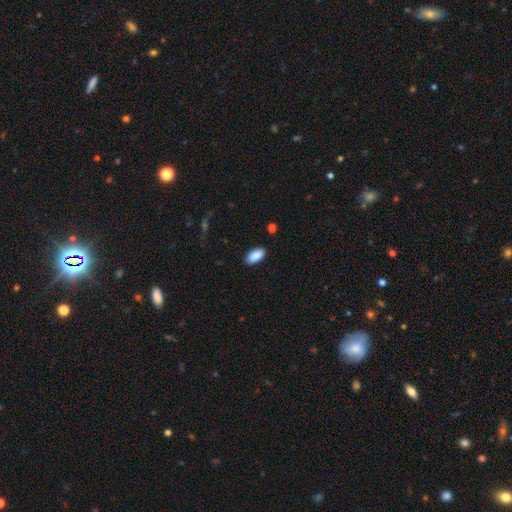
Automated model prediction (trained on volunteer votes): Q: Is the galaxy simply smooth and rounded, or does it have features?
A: smooth — 90%.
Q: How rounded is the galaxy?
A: in between — 93%.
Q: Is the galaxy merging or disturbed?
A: none — 87%.